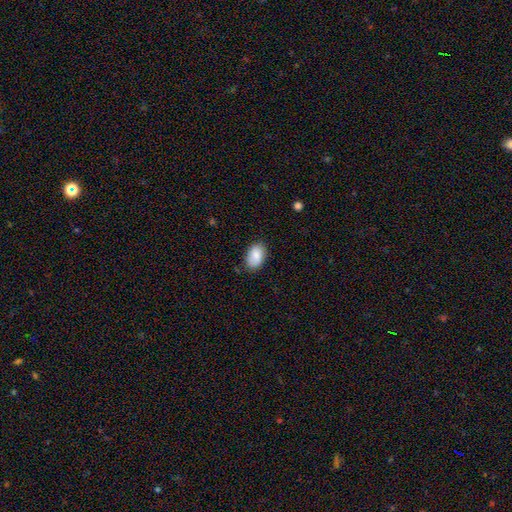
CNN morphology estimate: A smooth galaxy with no disk features (86%) that is in between round and cigar-shaped (90%). Merging: none (80%).